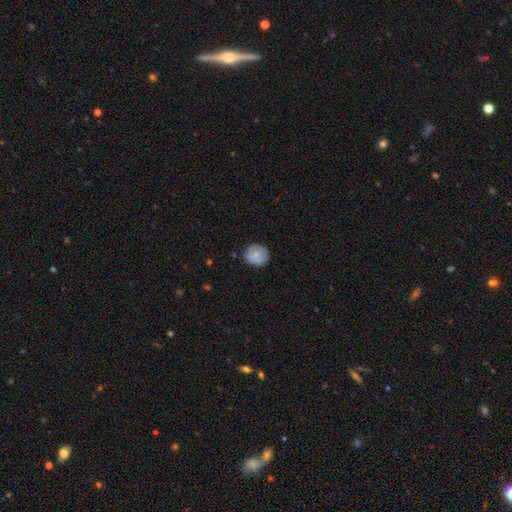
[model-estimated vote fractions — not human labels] Morphology: type=smooth (74%); roundness=round (85%); merging=none (78%).